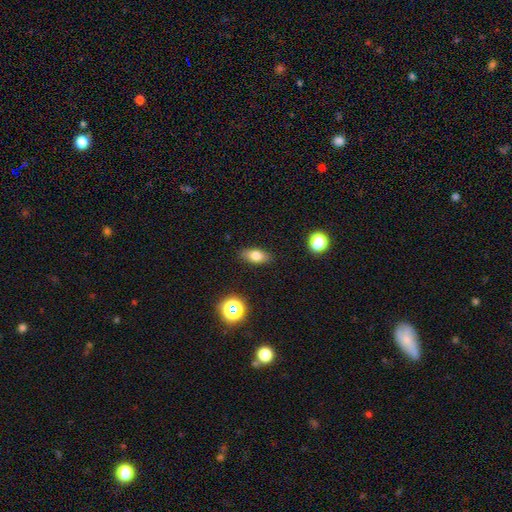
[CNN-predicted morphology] The model was most divided on "smooth or featured": smooth: 76%, featured or disk: 13%, star or artifact: 11%. More confident: merging — none (87%); how rounded — in between (82%).